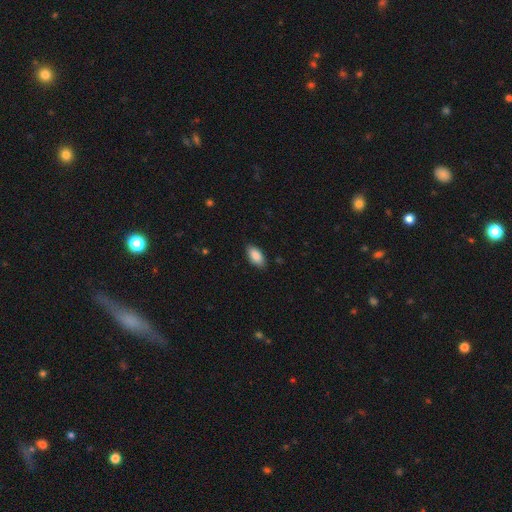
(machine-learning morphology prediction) type=smooth (87%); roundness=in between (93%); merging=none (85%).